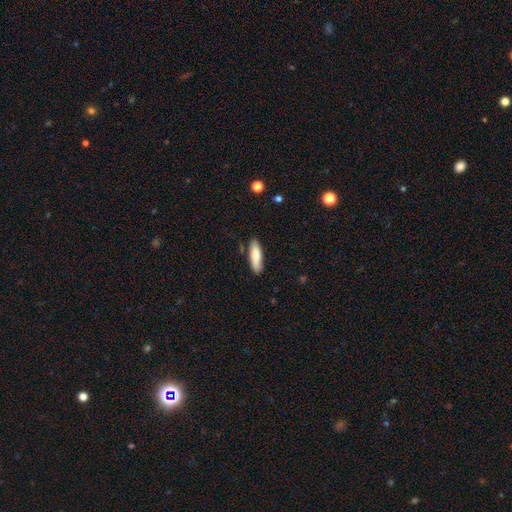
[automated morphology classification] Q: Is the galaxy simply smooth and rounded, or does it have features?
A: smooth — 79%.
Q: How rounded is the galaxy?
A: cigar-shaped — 54%.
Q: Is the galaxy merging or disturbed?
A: none — 83%.